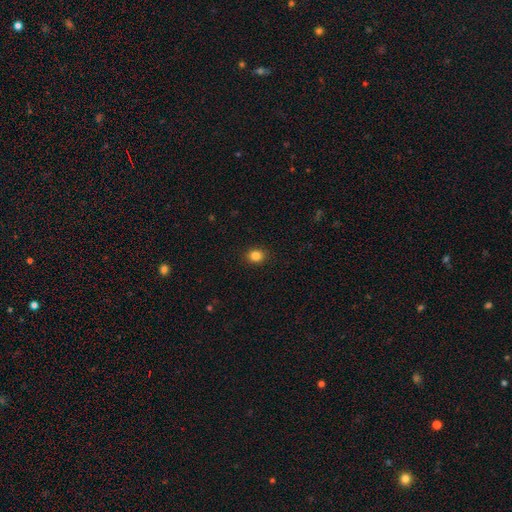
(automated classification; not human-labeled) smooth 84%, star or artifact 11%, featured or disk 5%. Down the decision tree: how rounded — round (66%); merging — none (91%).